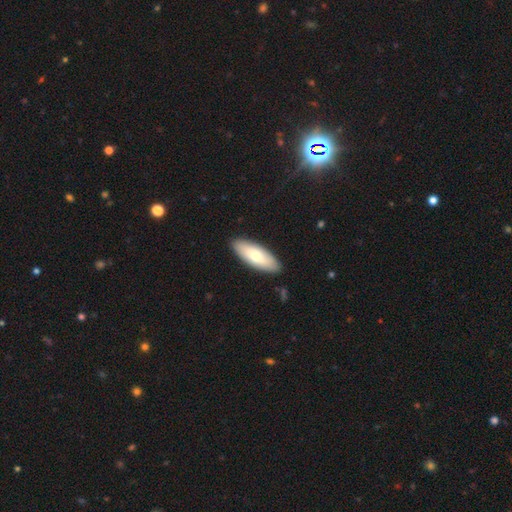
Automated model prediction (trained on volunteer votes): Smooth or featured: smooth — 72% (featured or disk — 23%)
How rounded: in between — 70% (cigar-shaped — 28%)
Merging: none — 89% (minor disturbance — 8%)